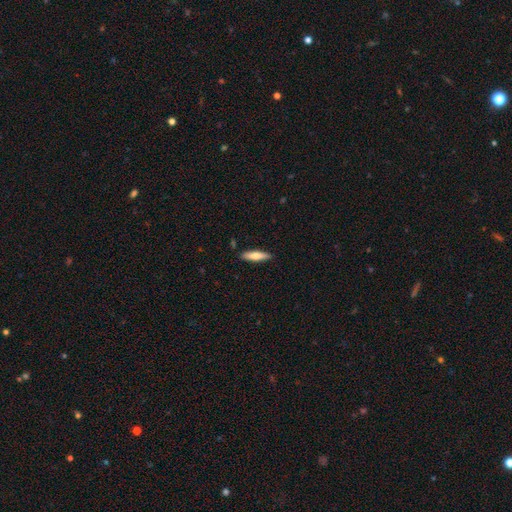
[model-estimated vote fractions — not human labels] Q: Smooth or featured?
A: smooth (71%); runner-up: featured or disk (23%)
Q: How rounded?
A: cigar-shaped (69%); runner-up: in between (29%)
Q: Merging?
A: none (87%); runner-up: minor disturbance (9%)